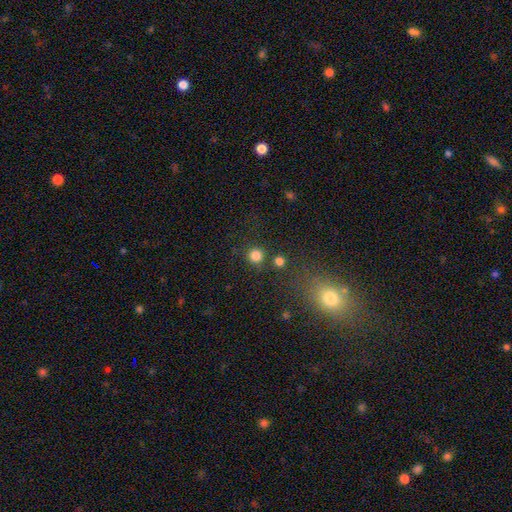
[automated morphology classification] A smooth galaxy with no disk features (82%) that is round (94%).

Vote fractions:
- Smooth or featured? smooth: 82% / star or artifact: 14% / featured or disk: 5%
- How rounded? round: 94% / in between: 5% / cigar-shaped: 1%
- Merging? none: 82% / merger: 8% / minor disturbance: 7% / major disturbance: 3%